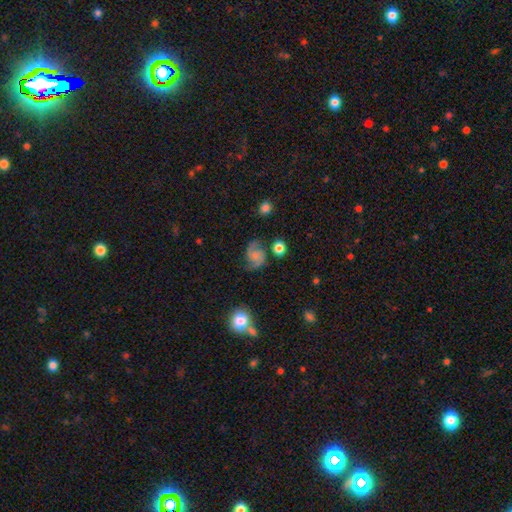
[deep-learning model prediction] The model was most divided on "bulge size": small: 40%, none: 39%, moderate: 16%, large: 3%, dominant: 2%. Remaining: edge-on disk — no (98%); spiral arms — yes (95%); spiral arm count — 2 (92%); smooth or featured — featured or disk (72%); merging — none (68%); bar — no (63%); spiral winding — medium (46%).